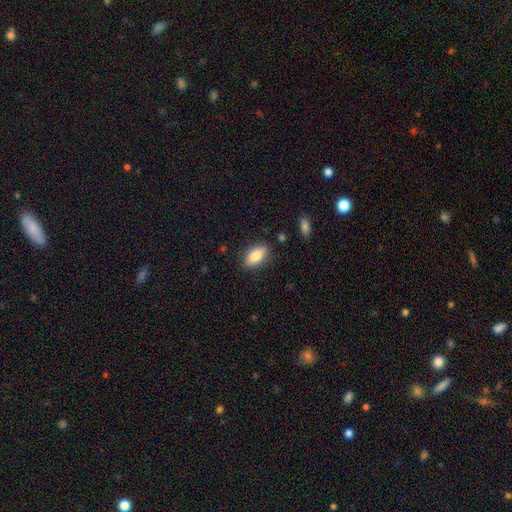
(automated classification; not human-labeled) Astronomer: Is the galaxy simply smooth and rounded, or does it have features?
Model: smooth — 81%.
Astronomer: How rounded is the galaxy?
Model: in between — 85%.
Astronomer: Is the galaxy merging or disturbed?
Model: none — 85%.